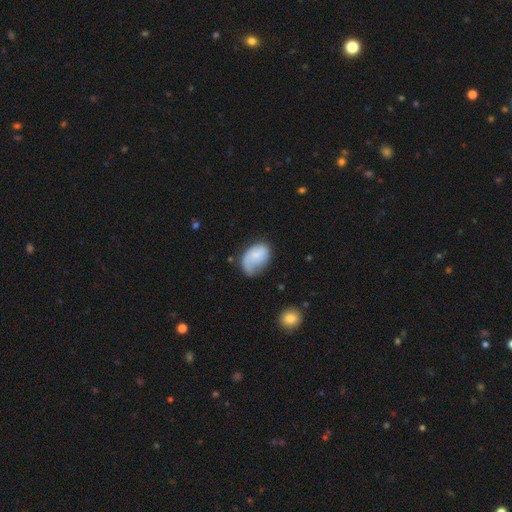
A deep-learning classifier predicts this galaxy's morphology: Smooth or featured: smooth — 69% (featured or disk — 24%)
How rounded: in between — 85% (round — 14%)
Merging: none — 39% (minor disturbance — 36%)